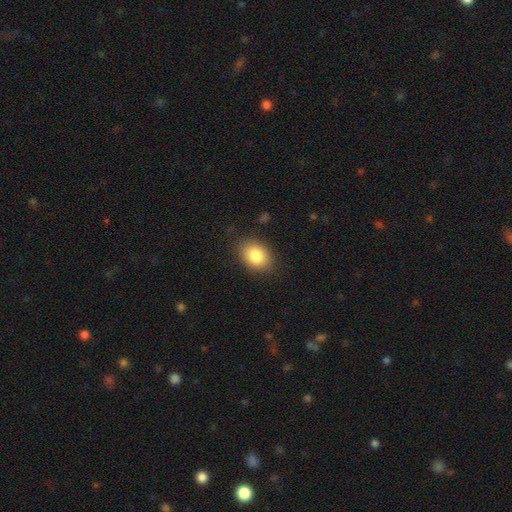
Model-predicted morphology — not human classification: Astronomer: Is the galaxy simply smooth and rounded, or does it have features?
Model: smooth — 85%.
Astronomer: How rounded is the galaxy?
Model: in between — 73%.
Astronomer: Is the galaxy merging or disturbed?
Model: none — 83%.